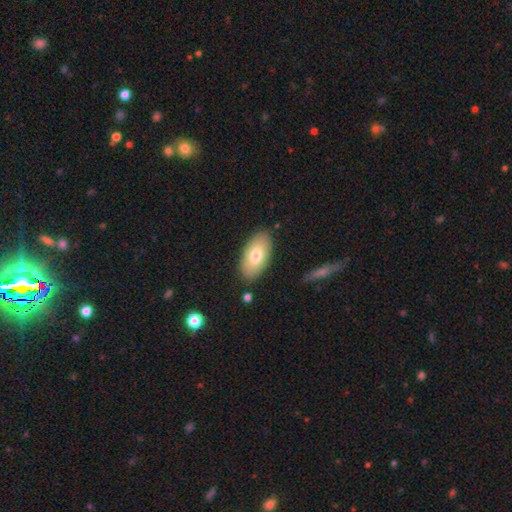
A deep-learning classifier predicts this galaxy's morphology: A smooth galaxy with no disk features (75%) that is in between round and cigar-shaped (94%).

Vote fractions:
- Smooth or featured? smooth: 75% / featured or disk: 19% / star or artifact: 6%
- How rounded? in between: 94% / cigar-shaped: 3% / round: 3%
- Merging? none: 86% / minor disturbance: 10% / major disturbance: 2% / merger: 2%